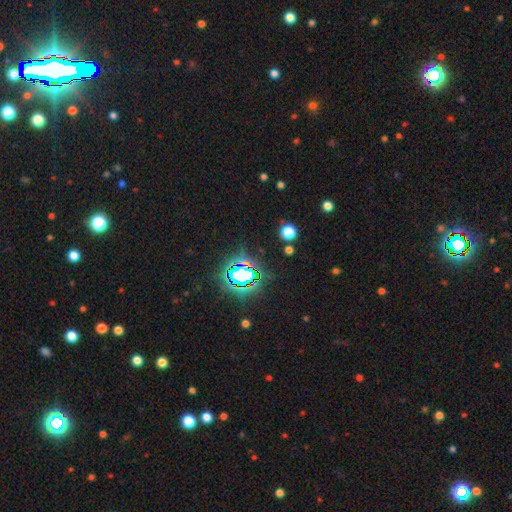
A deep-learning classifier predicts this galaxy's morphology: Smooth or featured? star or artifact (85%)